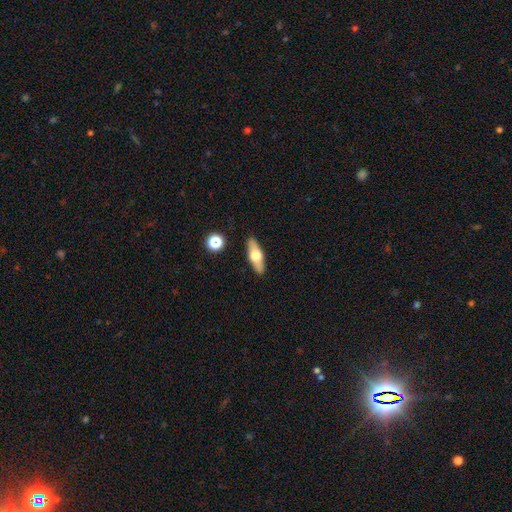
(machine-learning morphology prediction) This appears to be a smooth galaxy with no disk features (53%) that is in between round and cigar-shaped (62%). Merging: none (88%).